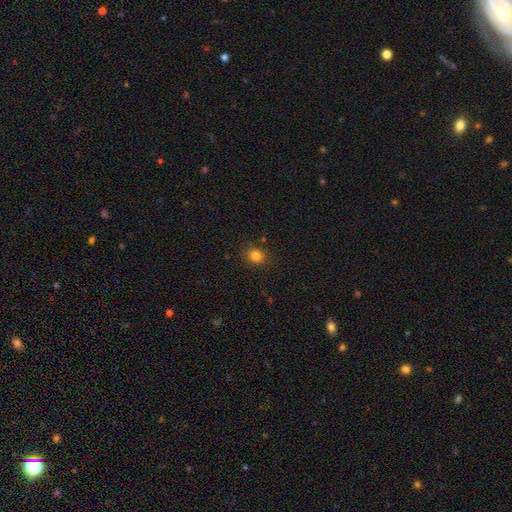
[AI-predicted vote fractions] Smooth or featured? smooth (82%)
How rounded? round (79%)
Merging? none (87%)